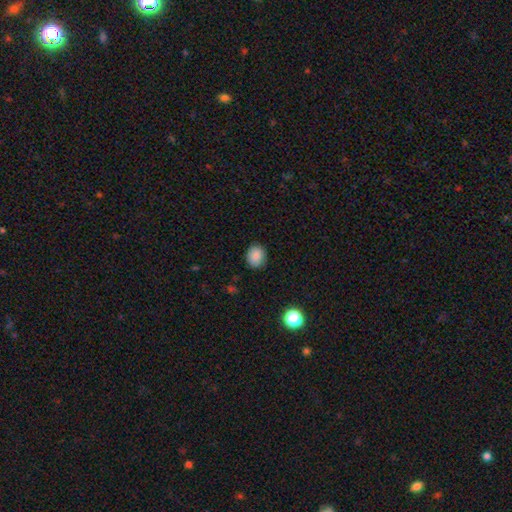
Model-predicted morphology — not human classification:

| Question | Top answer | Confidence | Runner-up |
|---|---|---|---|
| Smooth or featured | smooth | 87% | star or artifact (9%) |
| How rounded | round | 63% | in between (36%) |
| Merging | none | 86% | minor disturbance (11%) |